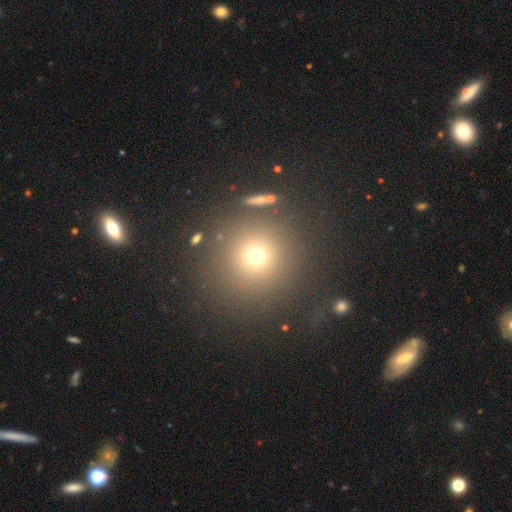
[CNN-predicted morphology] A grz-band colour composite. It shows a smooth galaxy with no disk features (70%) that is round (94%). Merging: none (81%).